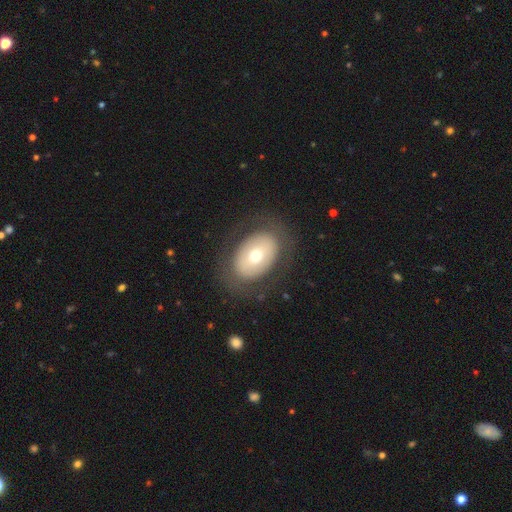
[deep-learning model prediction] A smooth galaxy with no disk features (55%) that is in between round and cigar-shaped (77%).

Vote fractions:
- Smooth or featured? smooth: 55% / featured or disk: 37% / star or artifact: 8%
- How rounded? in between: 77% / round: 22% / cigar-shaped: 1%
- Merging? none: 80% / minor disturbance: 11% / major disturbance: 8% / merger: 1%